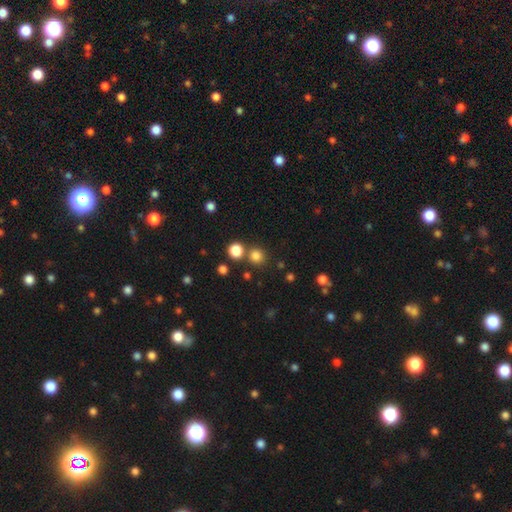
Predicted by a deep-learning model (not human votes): A smooth galaxy with no disk features (80%) that is round (91%).

Vote fractions:
- Smooth or featured? smooth: 80% / star or artifact: 16% / featured or disk: 5%
- How rounded? round: 91% / in between: 8% / cigar-shaped: 1%
- Merging? none: 76% / merger: 14% / minor disturbance: 7% / major disturbance: 3%